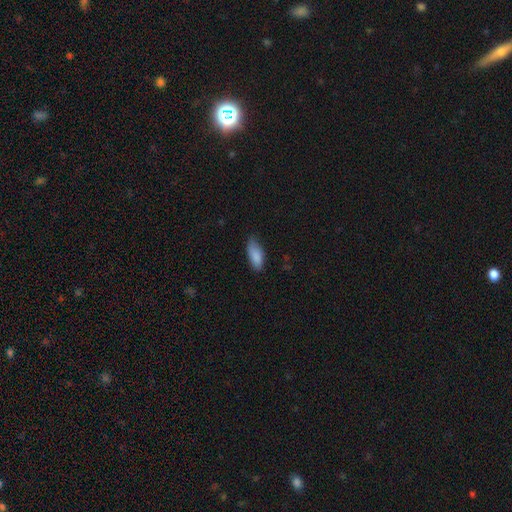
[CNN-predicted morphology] smooth_or_featured: smooth (p=0.86) [alt: featured or disk p=0.07]
how_rounded: in between (p=0.85) [alt: cigar-shaped p=0.13]
merging: none (p=0.63) [alt: minor disturbance p=0.30]